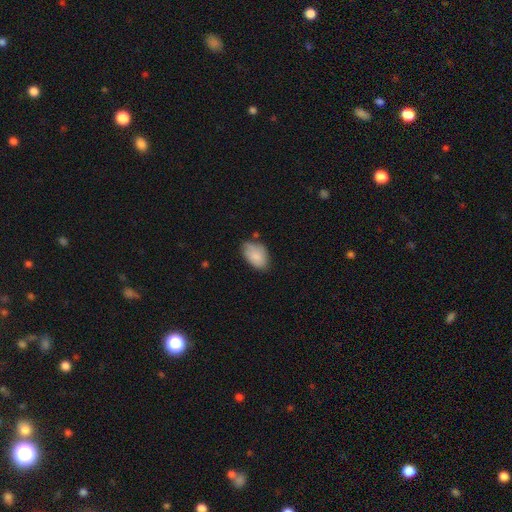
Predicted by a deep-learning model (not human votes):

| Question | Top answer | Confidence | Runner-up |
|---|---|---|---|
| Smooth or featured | smooth | 85% | featured or disk (9%) |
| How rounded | in between | 91% | round (7%) |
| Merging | none | 61% | minor disturbance (29%) |